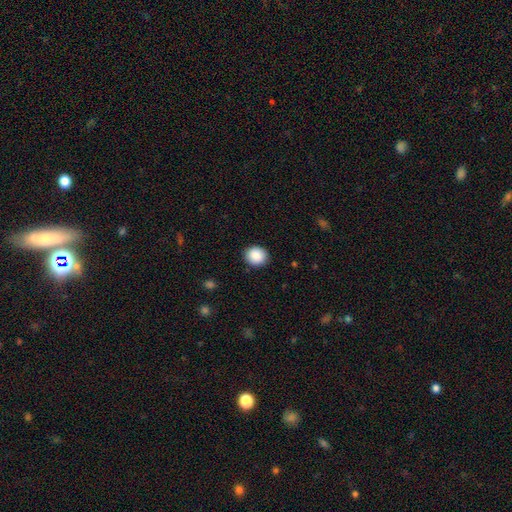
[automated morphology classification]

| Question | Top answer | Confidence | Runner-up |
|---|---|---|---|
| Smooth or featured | smooth | 89% | star or artifact (8%) |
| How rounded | round | 79% | in between (20%) |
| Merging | none | 90% | minor disturbance (7%) |